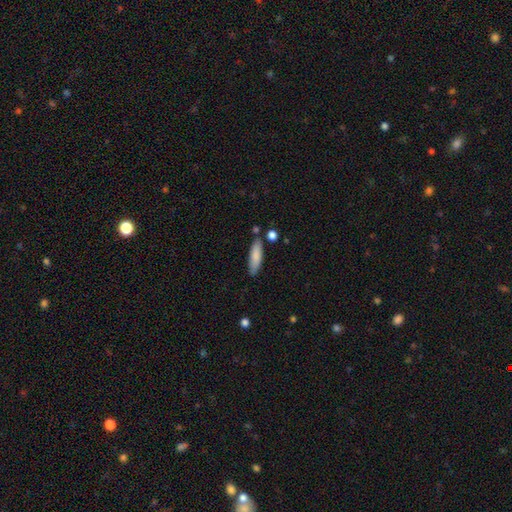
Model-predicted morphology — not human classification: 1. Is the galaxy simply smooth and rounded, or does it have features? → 83% smooth, 11% featured or disk, 6% star or artifact.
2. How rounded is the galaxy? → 56% cigar-shaped, 43% in between, 2% round.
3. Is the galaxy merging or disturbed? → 78% none, 14% minor disturbance, 5% merger, 3% major disturbance.